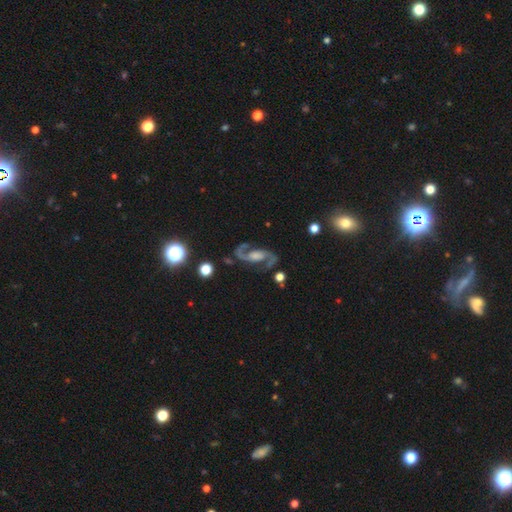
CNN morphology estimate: Overall: featured or disk (91%). Edge-on disk: no (97%). Bar: weak (44%; no 34%). Spiral arms: yes (98%). Spiral arm count: 2 (94%). Spiral winding: medium (56%; loose 34%). Bulge size: moderate (37%; small 24%). Merging: none (80%).